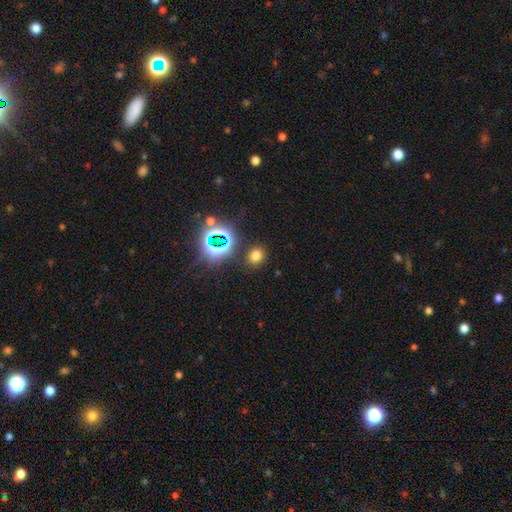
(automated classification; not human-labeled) Overall: smooth (68%). How rounded: round (64%; in between 35%). Merging: none (85%).